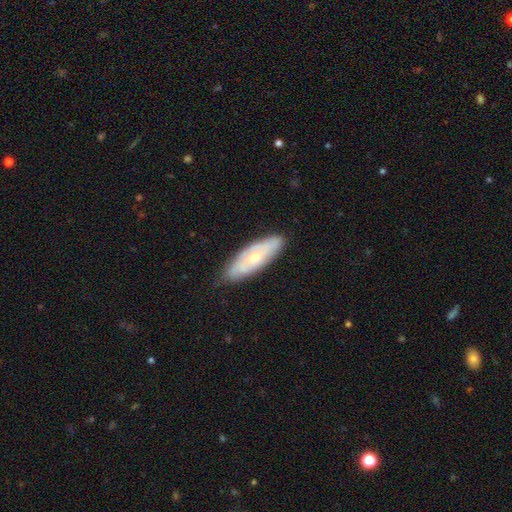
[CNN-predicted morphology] A featured or disk galaxy (49%).

Vote fractions:
- Smooth or featured? featured or disk: 49% / smooth: 42% / star or artifact: 9%
- Merging? none: 85% / minor disturbance: 12% / major disturbance: 2% / merger: 1%